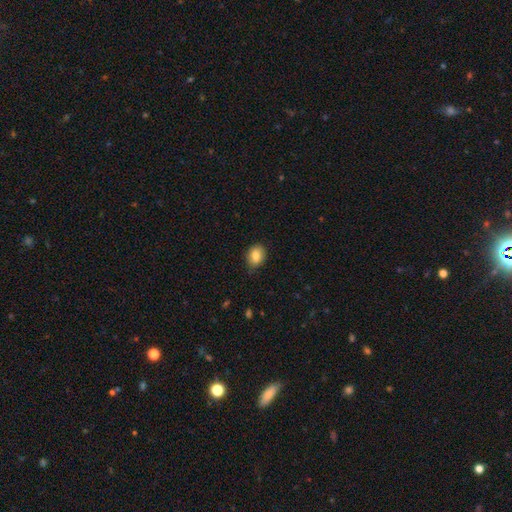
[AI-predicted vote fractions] Smooth or featured?
  - smooth: 84% *
  - star or artifact: 8%
  - featured or disk: 8%
How rounded?
  - in between: 62% *
  - round: 37%
  - cigar-shaped: 1%
Merging?
  - none: 80% *
  - minor disturbance: 16%
  - major disturbance: 3%
  - merger: 1%